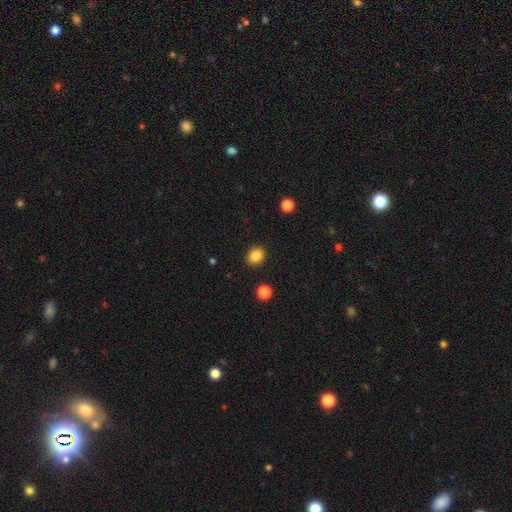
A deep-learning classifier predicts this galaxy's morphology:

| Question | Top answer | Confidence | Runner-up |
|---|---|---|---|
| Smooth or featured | smooth | 86% | star or artifact (10%) |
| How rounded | round | 58% | in between (41%) |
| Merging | none | 90% | minor disturbance (7%) |